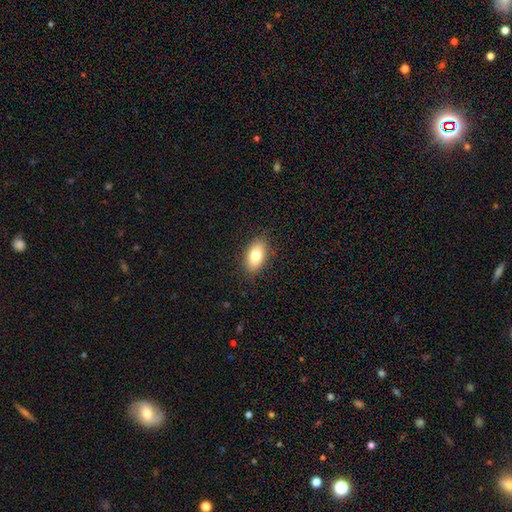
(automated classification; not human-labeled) This appears to be a smooth galaxy with no disk features (79%) that is in between round and cigar-shaped (91%). Merging: none (87%).